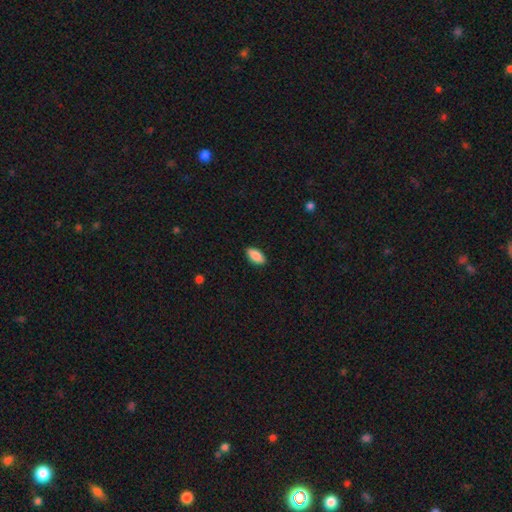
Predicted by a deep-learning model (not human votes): Overall: smooth (89%). How rounded: in between (92%). Merging: none (89%).